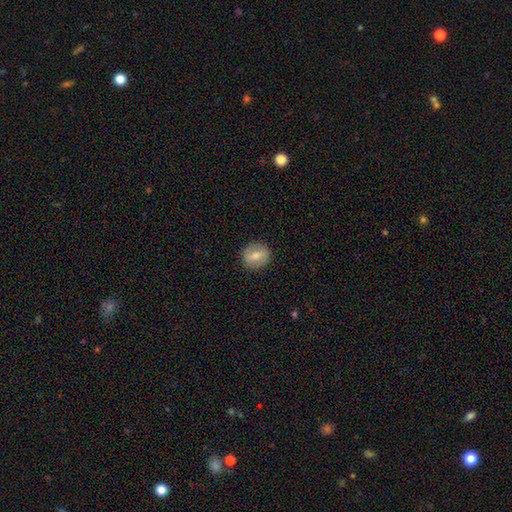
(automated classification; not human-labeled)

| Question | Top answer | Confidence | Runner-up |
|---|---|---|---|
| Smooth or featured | smooth | 60% | featured or disk (33%) |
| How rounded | round | 74% | in between (24%) |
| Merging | none | 88% | minor disturbance (9%) |